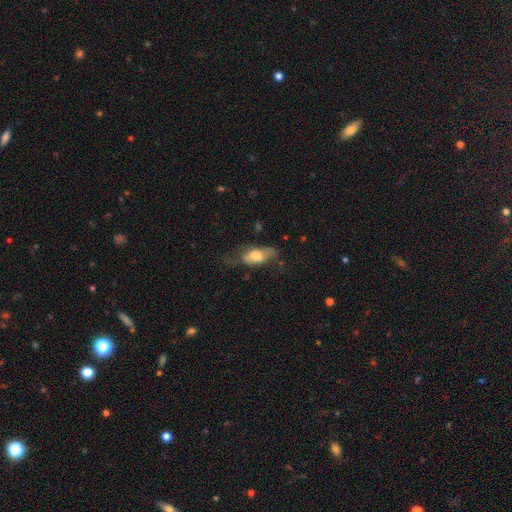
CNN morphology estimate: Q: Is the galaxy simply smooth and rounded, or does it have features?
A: smooth — 62%.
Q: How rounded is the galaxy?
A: in between — 80%.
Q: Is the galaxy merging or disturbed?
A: none — 46%.